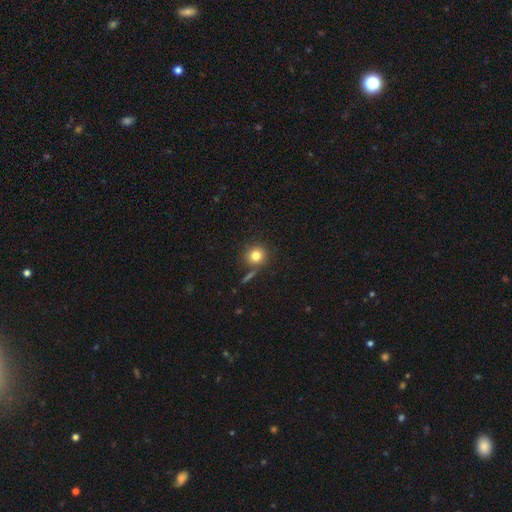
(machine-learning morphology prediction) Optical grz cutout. It shows a smooth galaxy with no disk features (80%) that is round (91%). Merging: none (77%).